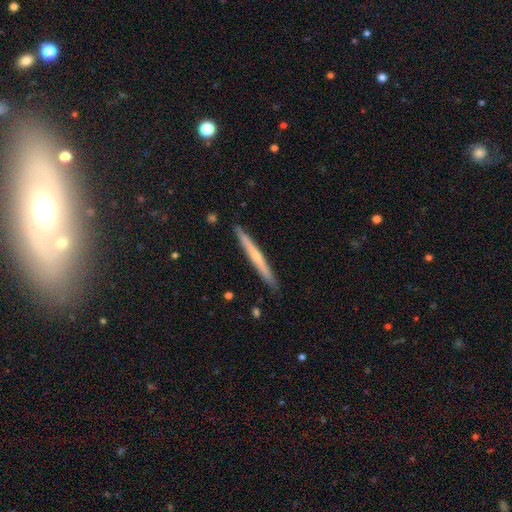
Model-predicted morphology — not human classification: smooth-or-featured: featured or disk: 58% | smooth: 36% | star or artifact: 6%
  disk-edge-on: yes: 97% | no: 3%
    edge-on-bulge: rounded: 52% | none: 45% | boxy: 3%
  merging: none: 91% | minor disturbance: 7% | major disturbance: 1% | merger: 1%